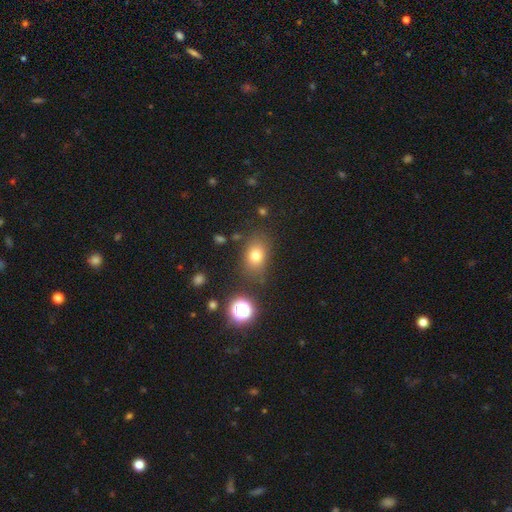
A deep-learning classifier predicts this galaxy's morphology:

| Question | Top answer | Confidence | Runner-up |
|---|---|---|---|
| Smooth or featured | smooth | 75% | star or artifact (15%) |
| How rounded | in between | 66% | round (32%) |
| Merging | none | 76% | minor disturbance (15%) |